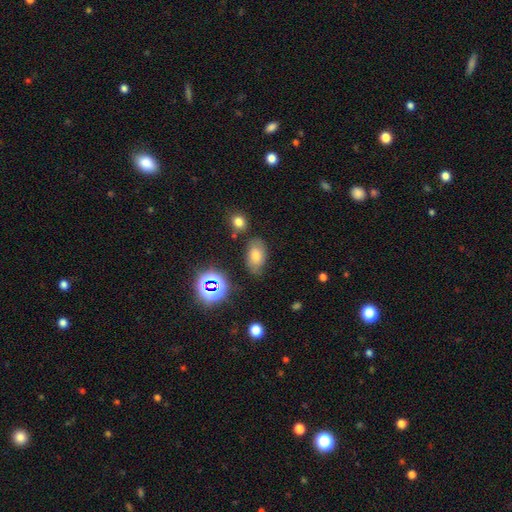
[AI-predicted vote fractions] A smooth galaxy with no disk features (60%) that is in between round and cigar-shaped (88%).

Vote fractions:
- Smooth or featured? smooth: 60% / star or artifact: 21% / featured or disk: 19%
- How rounded? in between: 88% / round: 10% / cigar-shaped: 2%
- Merging? none: 72% / minor disturbance: 18% / major disturbance: 5% / merger: 5%